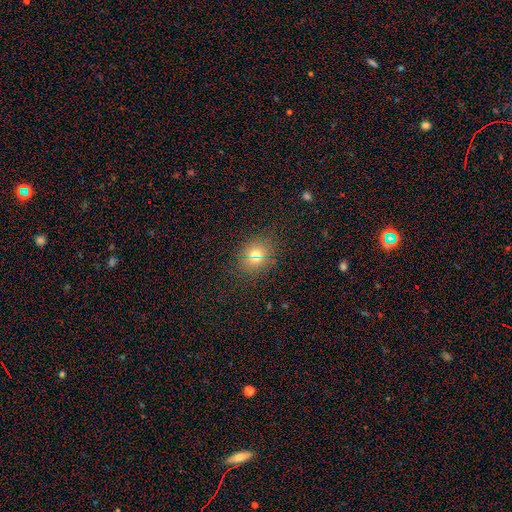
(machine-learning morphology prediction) smooth 67%, star or artifact 21%, featured or disk 11%. Down the decision tree: how rounded — round (62%); merging — none (86%).